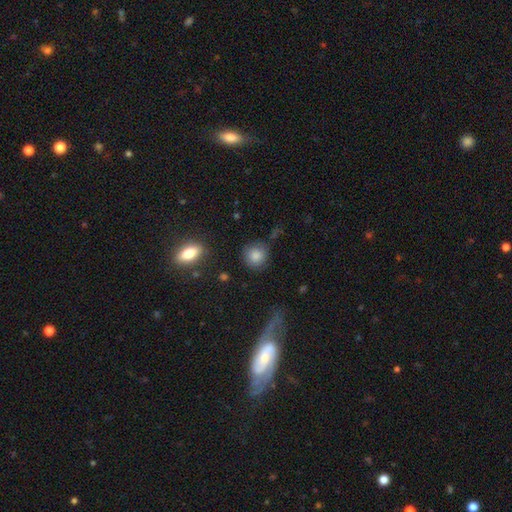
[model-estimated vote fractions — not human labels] Smooth or featured: smooth — 84% (star or artifact — 10%)
How rounded: round — 88% (in between — 11%)
Merging: none — 79% (minor disturbance — 13%)